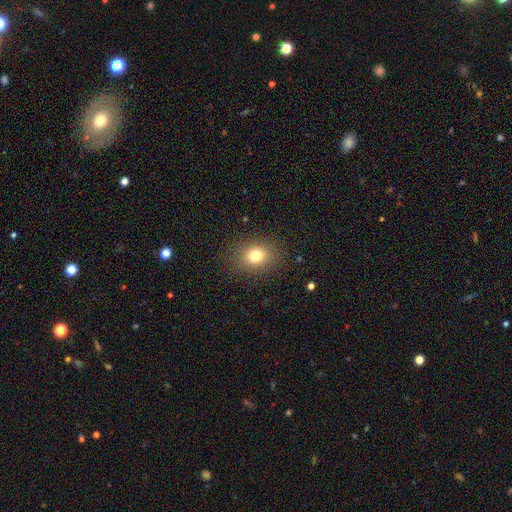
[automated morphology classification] Smooth or featured? smooth (77%)
How rounded? round (51%)
Merging? none (86%)